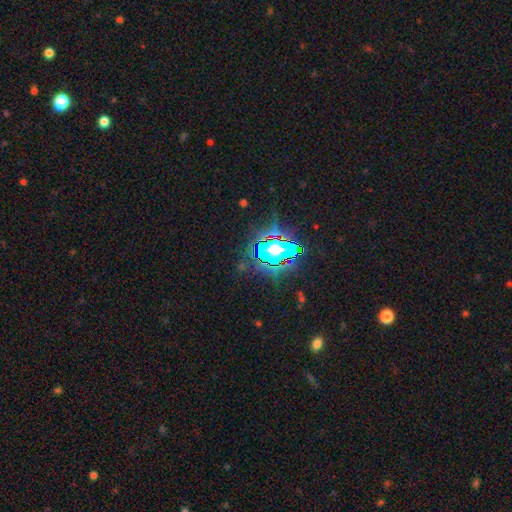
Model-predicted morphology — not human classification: smooth-or-featured: star or artifact: 84% | smooth: 9% | featured or disk: 7%